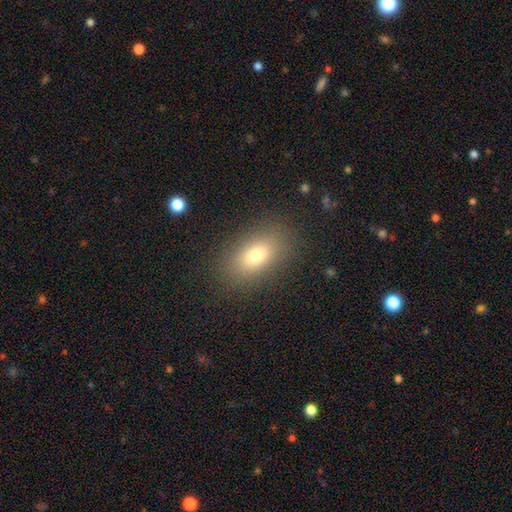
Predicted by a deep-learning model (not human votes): Smooth or featured? smooth (75%)
How rounded? in between (85%)
Merging? none (86%)